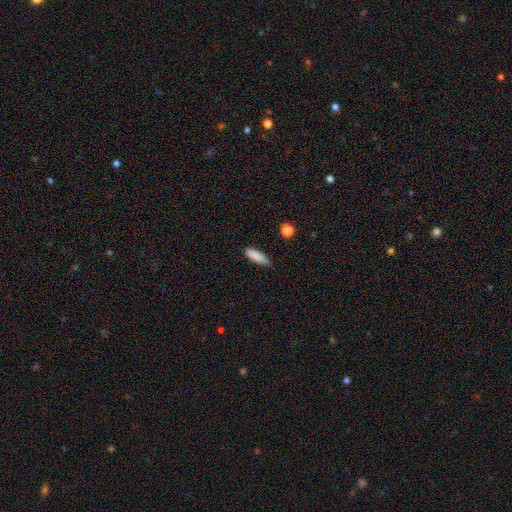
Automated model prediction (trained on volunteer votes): smooth-or-featured: smooth: 87% | star or artifact: 7% | featured or disk: 6%
  how-rounded: in between: 54% | cigar-shaped: 44% | round: 2%
  merging: none: 80% | minor disturbance: 16% | major disturbance: 3% | merger: 2%